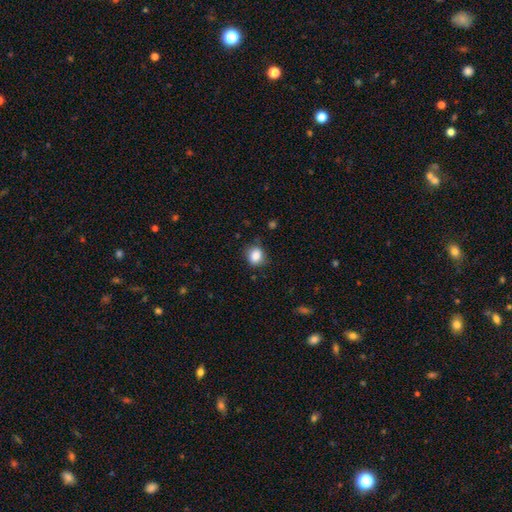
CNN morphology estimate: Q: Smooth or featured?
A: smooth (86%); runner-up: star or artifact (9%)
Q: How rounded?
A: round (65%); runner-up: in between (34%)
Q: Merging?
A: none (75%); runner-up: minor disturbance (19%)